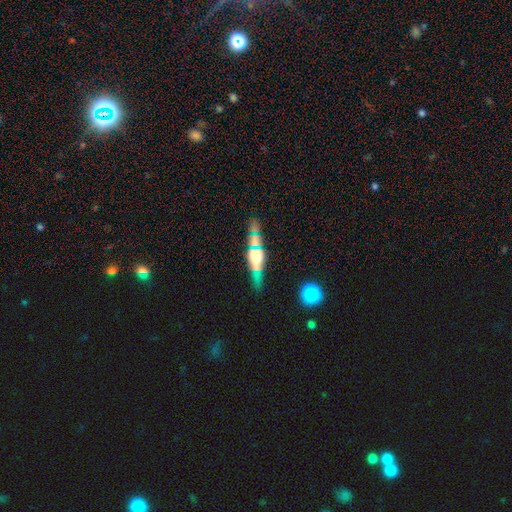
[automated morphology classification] Smooth or featured?
  - featured or disk: 52% *
  - smooth: 34%
  - star or artifact: 14%
Edge-on disk?
  - yes: 85% *
  - no: 15%
Merging?
  - none: 75% *
  - minor disturbance: 15%
  - major disturbance: 5%
  - merger: 4%